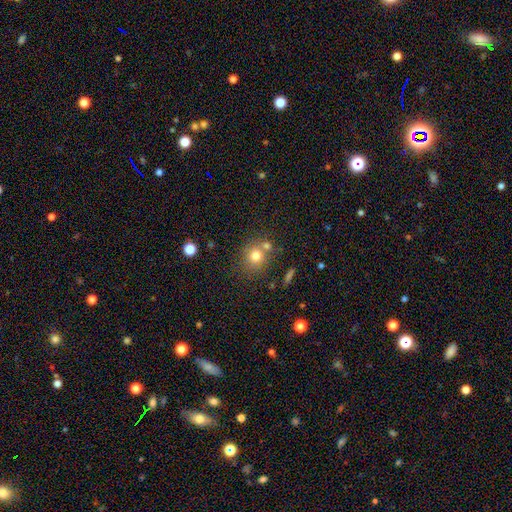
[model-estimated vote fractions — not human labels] Q: Smooth or featured?
A: smooth (75%); runner-up: star or artifact (13%)
Q: How rounded?
A: round (82%); runner-up: in between (17%)
Q: Merging?
A: none (62%); runner-up: merger (22%)